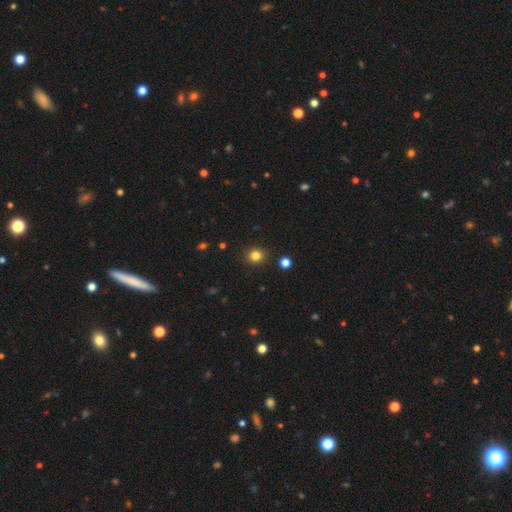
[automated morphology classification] This is clearly a smooth galaxy (81%). How rounded: clearly round (85%). Merging: clearly none (89%).